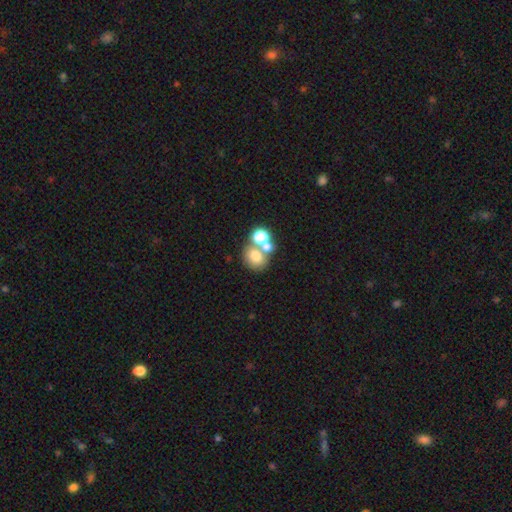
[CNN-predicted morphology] Smooth or featured?
  - smooth: 68% *
  - featured or disk: 18%
  - star or artifact: 13%
How rounded?
  - round: 66% *
  - in between: 33%
  - cigar-shaped: 1%
Merging?
  - merger: 49% *
  - none: 39%
  - minor disturbance: 8%
  - major disturbance: 4%